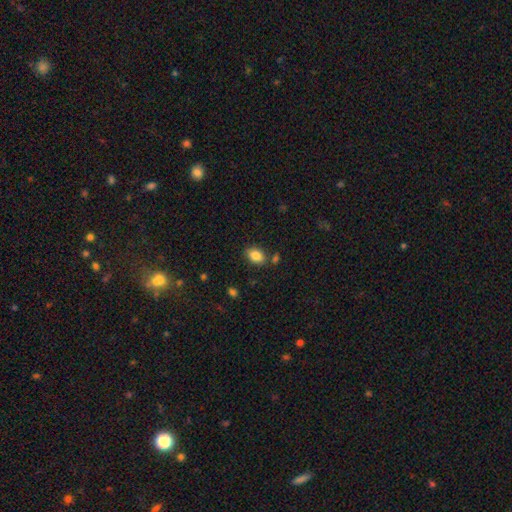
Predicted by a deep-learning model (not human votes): This appears to be a smooth galaxy with no disk features (86%) that is in between round and cigar-shaped (83%). Merging: none (80%).